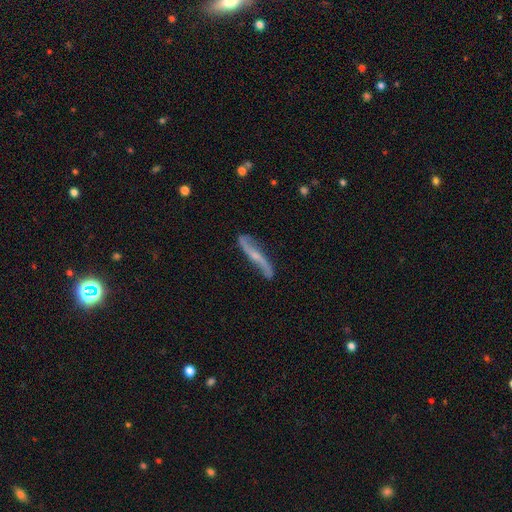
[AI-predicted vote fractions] featured or disk 81%, smooth 14%, star or artifact 5%. Down the decision tree: edge-on disk — no (66%); bar — no (47%); spiral arms — yes (94%); bulge size — small (62%); merging — none (74%).